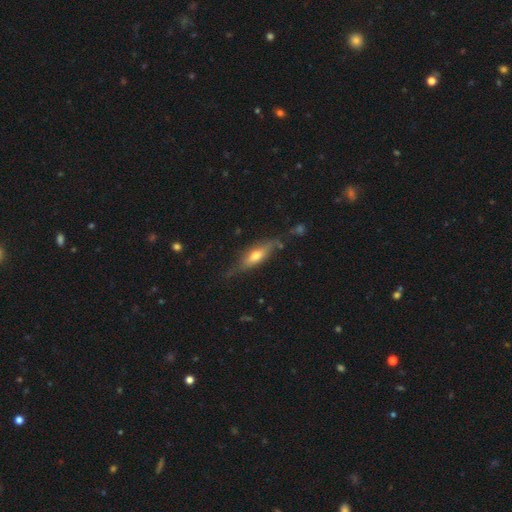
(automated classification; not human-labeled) Overall: featured or disk (50%; smooth 44%). Merging: none (65%).